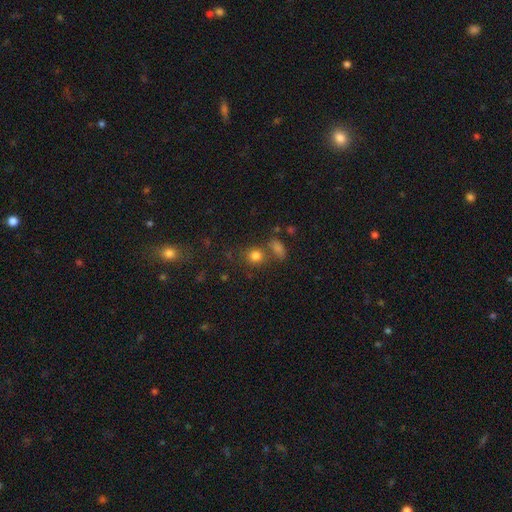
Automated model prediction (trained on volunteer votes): This appears to be a smooth galaxy with no disk features (79%) that is round (77%). Merging: none (62%).